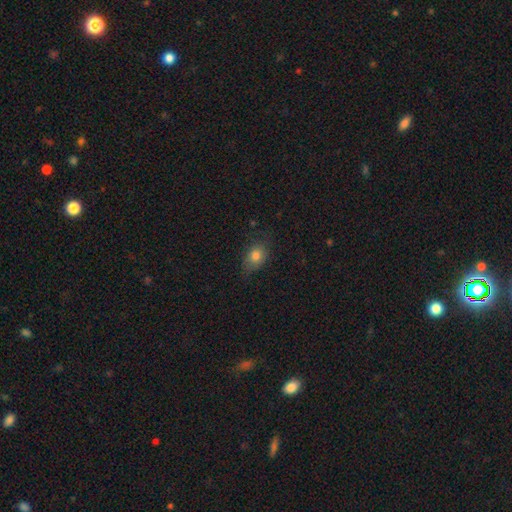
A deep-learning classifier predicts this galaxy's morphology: Q: Smooth or featured?
A: smooth (78%); runner-up: featured or disk (12%)
Q: How rounded?
A: in between (69%); runner-up: round (28%)
Q: Merging?
A: none (69%); runner-up: minor disturbance (24%)